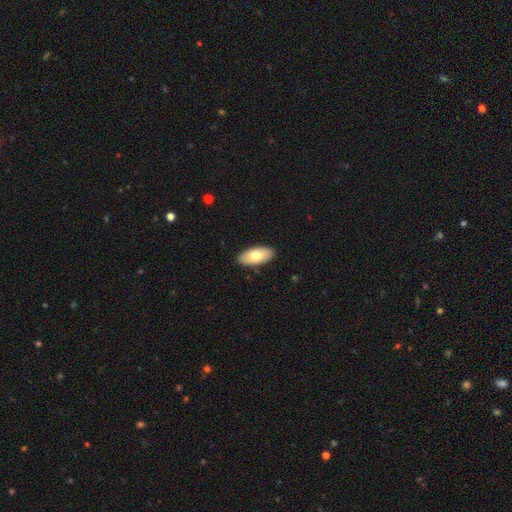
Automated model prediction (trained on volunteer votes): smooth 70%, featured or disk 24%, star or artifact 6%. Down the decision tree: how rounded — in between (93%); merging — none (89%).